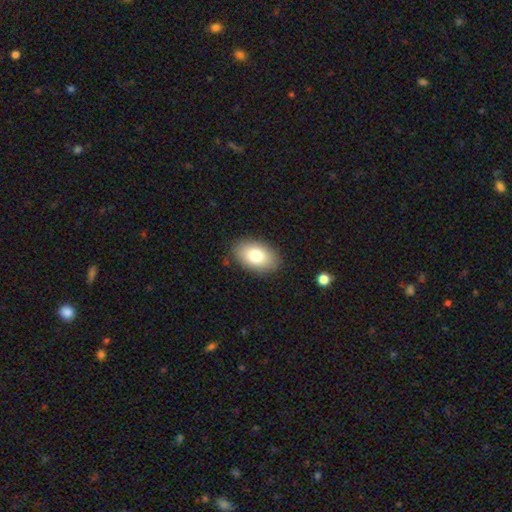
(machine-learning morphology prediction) A smooth galaxy with no disk features (79%) that is in between round and cigar-shaped (89%). Merging: none (87%).